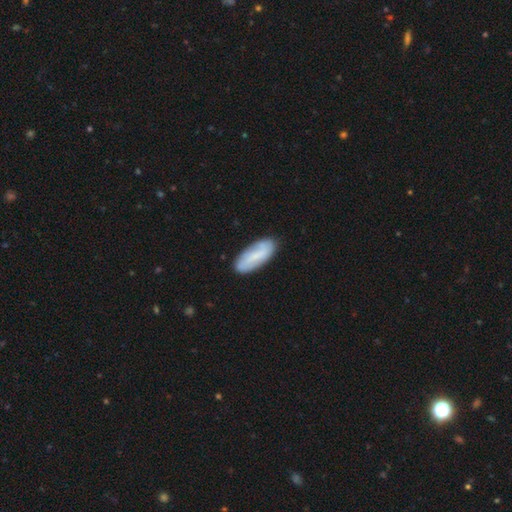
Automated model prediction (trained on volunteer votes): This appears to be a smooth galaxy with no disk features (59%) that is in between round and cigar-shaped (75%). Merging: none (85%).